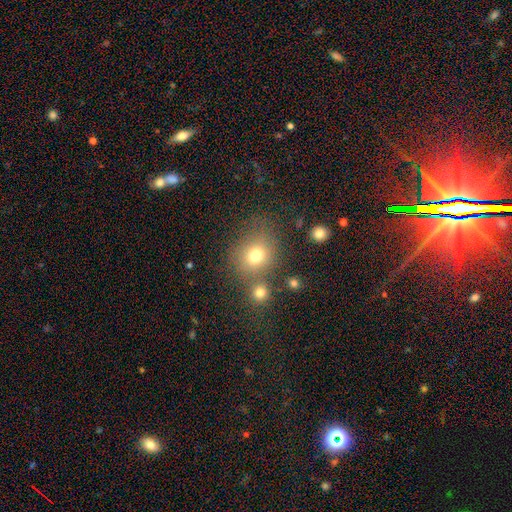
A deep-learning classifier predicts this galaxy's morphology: smooth_or_featured: smooth (p=0.73) [alt: star or artifact p=0.16]
how_rounded: round (p=0.73) [alt: in between p=0.26]
merging: none (p=0.61) [alt: merger p=0.20]